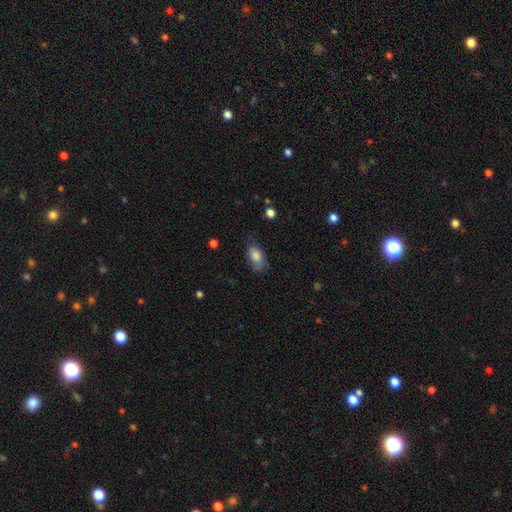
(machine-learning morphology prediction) Smooth or featured?
  - smooth: 79% *
  - featured or disk: 13%
  - star or artifact: 8%
How rounded?
  - in between: 90% *
  - round: 6%
  - cigar-shaped: 3%
Merging?
  - none: 58% *
  - minor disturbance: 29%
  - major disturbance: 11%
  - merger: 2%